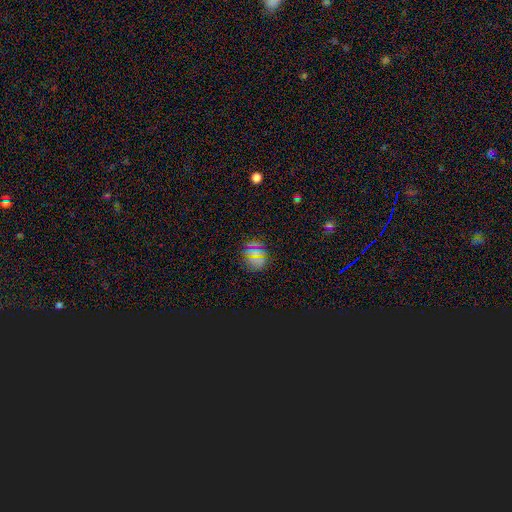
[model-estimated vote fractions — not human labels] This appears to be a star or artifact, not a galaxy (57%).